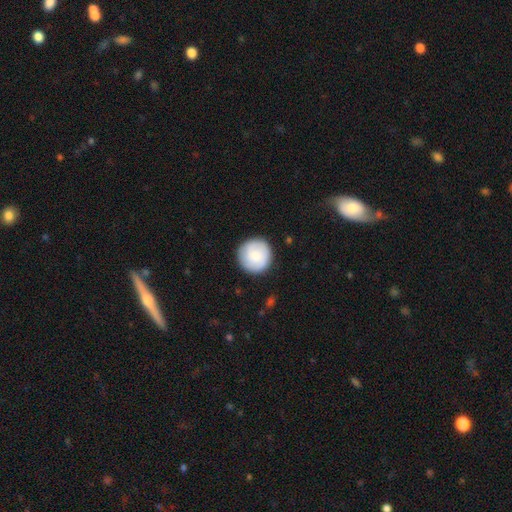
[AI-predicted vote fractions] smooth-or-featured: smooth: 73% | featured or disk: 22% | star or artifact: 6%
  how-rounded: round: 96% | in between: 3% | cigar-shaped: 1%
  merging: none: 89% | minor disturbance: 8% | major disturbance: 2% | merger: 1%